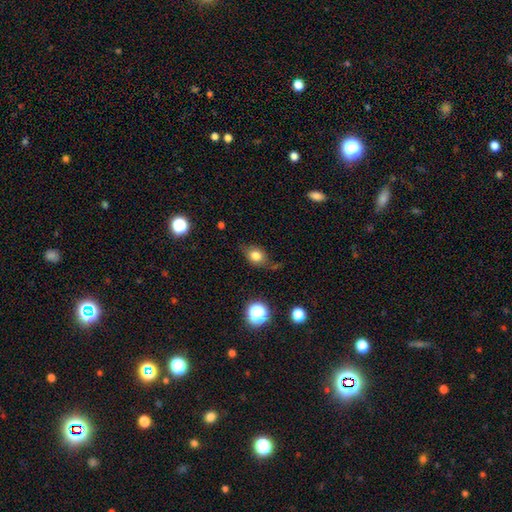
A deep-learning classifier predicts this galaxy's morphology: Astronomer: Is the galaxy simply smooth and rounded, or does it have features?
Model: smooth — 77%.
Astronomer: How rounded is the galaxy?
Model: in between — 54% (runner-up: round, 44%).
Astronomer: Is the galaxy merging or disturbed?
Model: none — 67%.